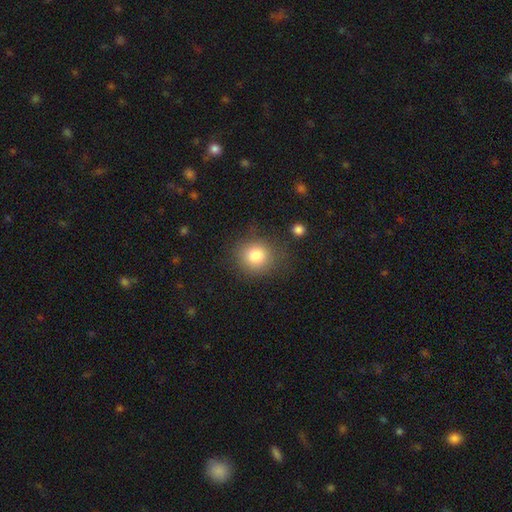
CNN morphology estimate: Overall: smooth (81%). How rounded: round (83%). Merging: none (79%).